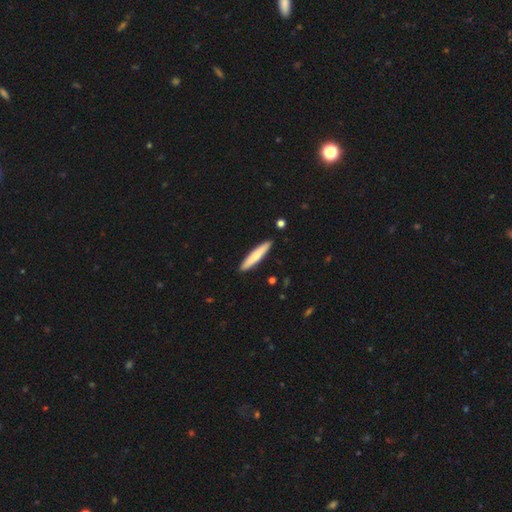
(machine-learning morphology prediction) This is likely a smooth galaxy (70%). How rounded: clearly cigar-shaped (90%). Merging: clearly none (91%).